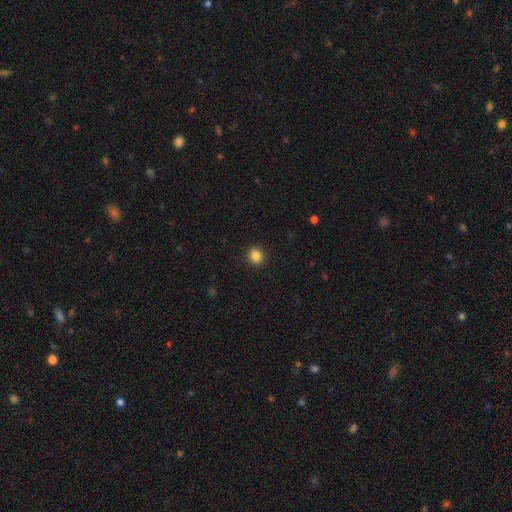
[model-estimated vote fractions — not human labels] Smooth or featured: smooth — 86% (star or artifact — 11%)
How rounded: round — 77% (in between — 23%)
Merging: none — 91% (minor disturbance — 6%)